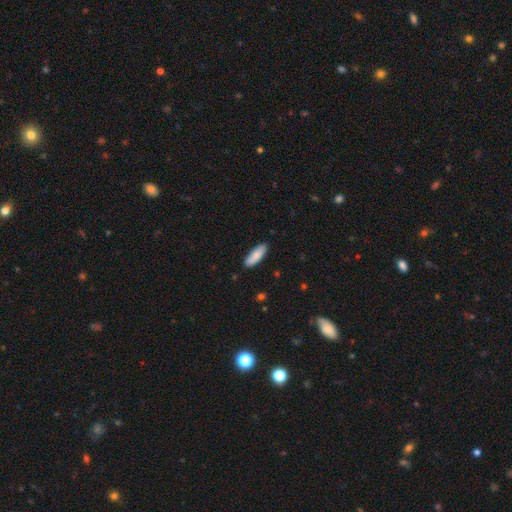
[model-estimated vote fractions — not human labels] Smooth or featured? smooth (82%)
How rounded? in between (58%)
Merging? none (87%)